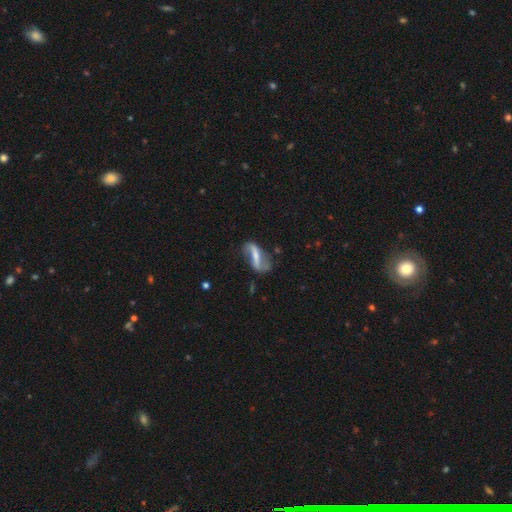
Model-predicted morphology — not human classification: Q: Smooth or featured?
A: featured or disk (70%); runner-up: smooth (23%)
Q: Edge-on disk?
A: no (86%); runner-up: yes (14%)
Q: Bar?
A: strong (61%); runner-up: weak (23%)
Q: Spiral arms?
A: yes (78%); runner-up: no (22%)
Q: Bulge size?
A: small (47%); runner-up: moderate (28%)
Q: Merging?
A: none (54%); runner-up: minor disturbance (25%)